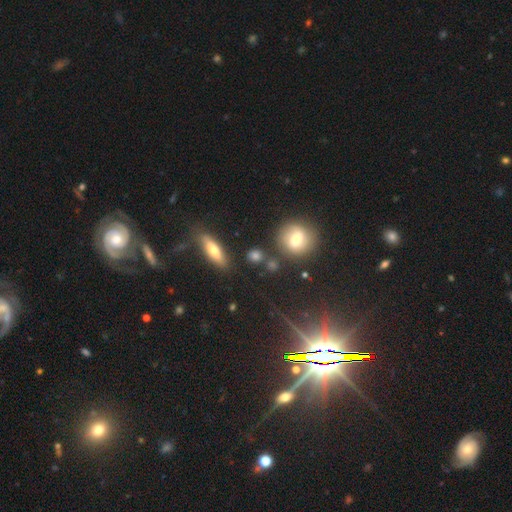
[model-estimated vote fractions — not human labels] smooth-or-featured: smooth: 55% | star or artifact: 24% | featured or disk: 21%
  how-rounded: round: 46% | in between: 34% | cigar-shaped: 20%
  merging: none: 75% | minor disturbance: 12% | merger: 8% | major disturbance: 4%